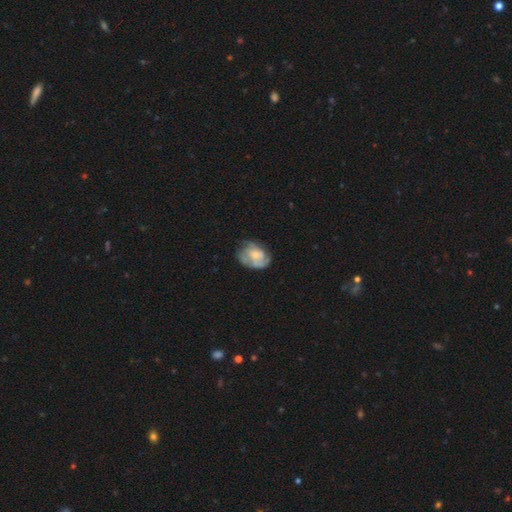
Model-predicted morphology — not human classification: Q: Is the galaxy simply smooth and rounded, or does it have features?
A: featured or disk — 60%.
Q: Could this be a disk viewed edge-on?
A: no — 97%.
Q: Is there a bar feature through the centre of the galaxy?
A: no — 76%.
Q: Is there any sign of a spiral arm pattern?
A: yes — 70%.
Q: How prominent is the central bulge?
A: small — 47%.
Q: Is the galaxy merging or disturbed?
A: none — 55%.